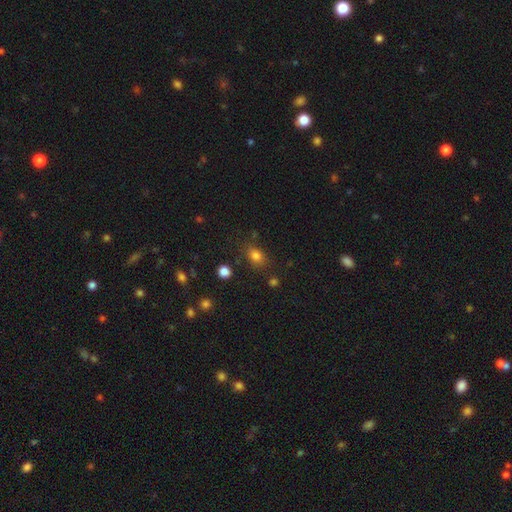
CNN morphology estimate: Smooth or featured? smooth (80%)
How rounded? in between (60%)
Merging? none (77%)